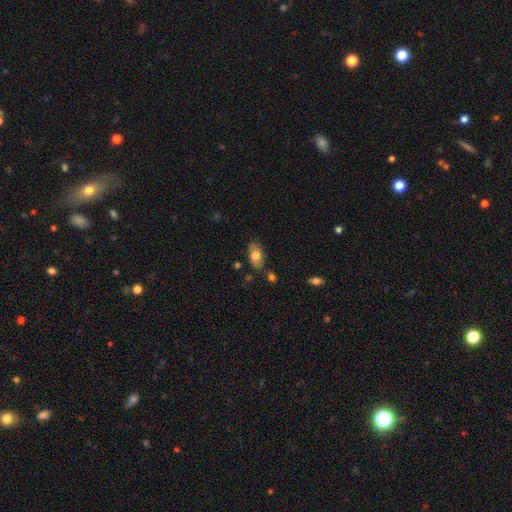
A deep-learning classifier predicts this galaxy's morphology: Overall: smooth (67%; featured or disk 27%). How rounded: in between (92%). Merging: none (70%).